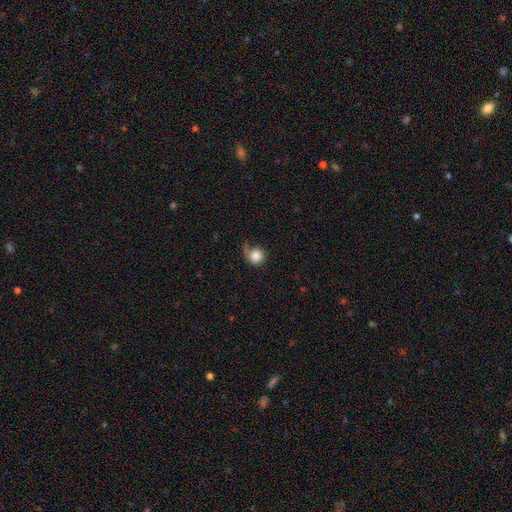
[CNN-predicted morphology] smooth-or-featured: smooth: 82% | featured or disk: 10% | star or artifact: 8%
  how-rounded: round: 91% | in between: 8% | cigar-shaped: 1%
  merging: none: 53% | minor disturbance: 25% | major disturbance: 17% | merger: 5%